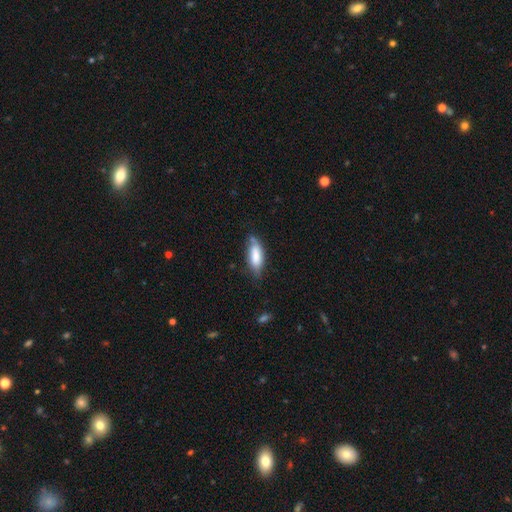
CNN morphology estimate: A smooth galaxy with no disk features (77%) that is in between round and cigar-shaped (70%).

Vote fractions:
- Smooth or featured? smooth: 77% / featured or disk: 17% / star or artifact: 6%
- How rounded? in between: 70% / cigar-shaped: 29% / round: 2%
- Merging? none: 60% / minor disturbance: 30% / major disturbance: 6% / merger: 4%